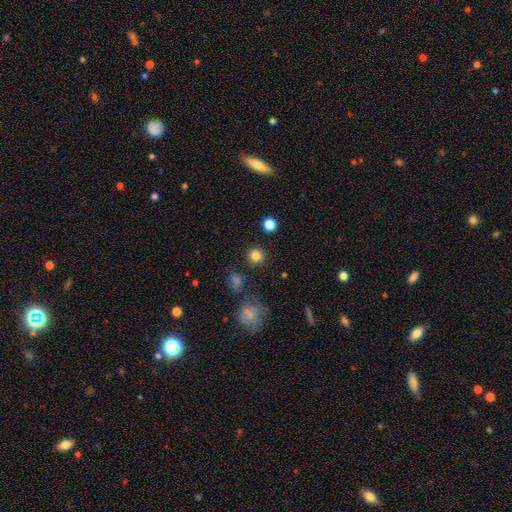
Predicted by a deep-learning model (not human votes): smooth-or-featured: smooth: 82% | star or artifact: 13% | featured or disk: 5%
  how-rounded: round: 93% | in between: 6% | cigar-shaped: 1%
  merging: none: 89% | minor disturbance: 6% | major disturbance: 3% | merger: 2%